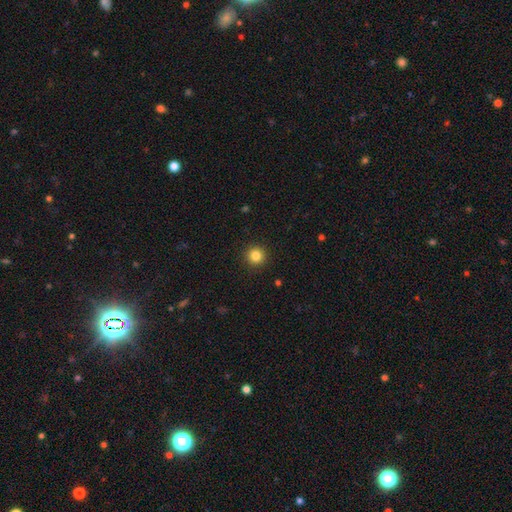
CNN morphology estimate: This is clearly a smooth galaxy (84%). How rounded: clearly round (96%). Merging: clearly none (93%).